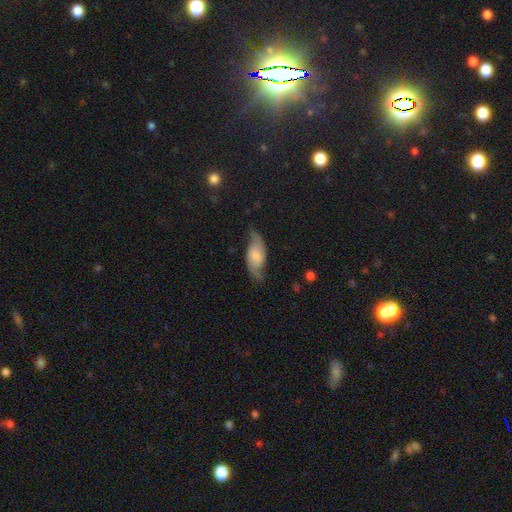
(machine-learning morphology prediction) This is possibly a featured or disk galaxy (57%). It is clearly not viewed edge-on (89%). Bar: likely no (62%). Spiral arm pattern: clearly yes (88%). Central bulge: marginally moderate (41%, tied with small). Merging: likely none (65%).